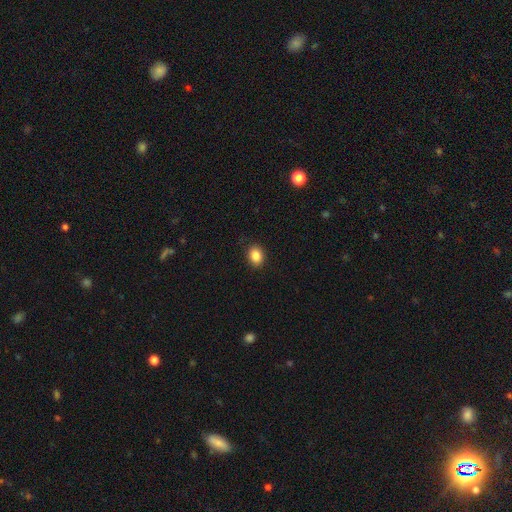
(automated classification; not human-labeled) Smooth or featured? Predicted: smooth (p=0.86). How rounded? Predicted: in between (p=0.60). Merging? Predicted: none (p=0.89).